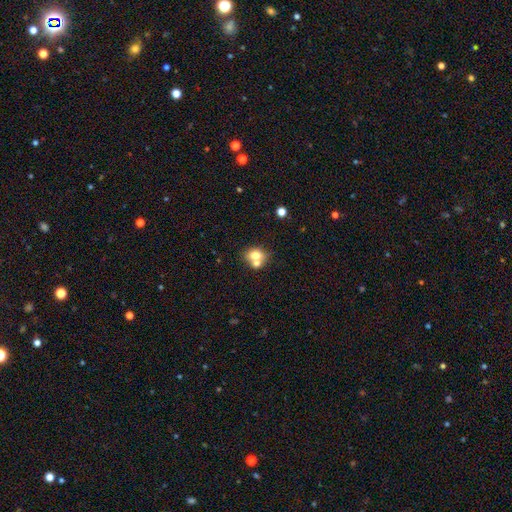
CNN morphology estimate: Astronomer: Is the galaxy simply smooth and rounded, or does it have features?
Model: smooth — 70%.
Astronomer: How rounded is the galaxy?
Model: round — 61% (runner-up: in between, 38%).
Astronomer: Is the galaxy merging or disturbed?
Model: merger — 45% (runner-up: none, 42%).